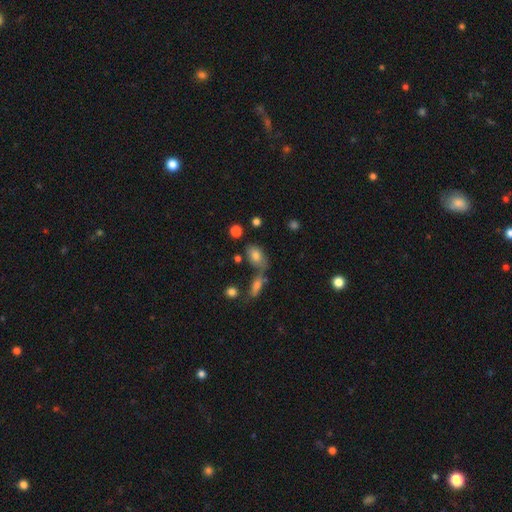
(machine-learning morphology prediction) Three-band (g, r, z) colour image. It shows a smooth galaxy with no disk features (78%) that is in between round and cigar-shaped (87%). Merging: none (55%).